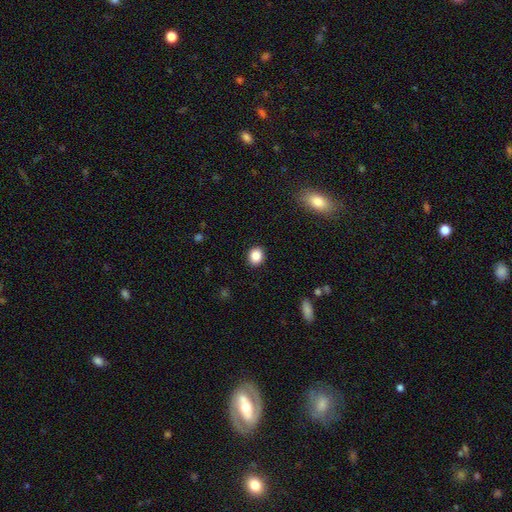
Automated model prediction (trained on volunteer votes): smooth-or-featured: smooth: 87% | star or artifact: 9% | featured or disk: 4%
  how-rounded: round: 67% | in between: 32% | cigar-shaped: 1%
  merging: none: 91% | minor disturbance: 7% | major disturbance: 2% | merger: 1%